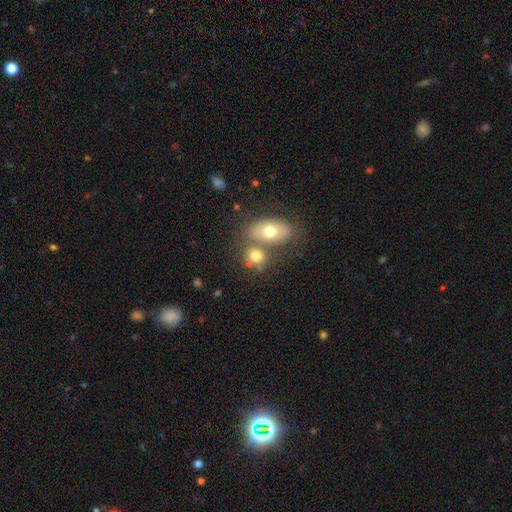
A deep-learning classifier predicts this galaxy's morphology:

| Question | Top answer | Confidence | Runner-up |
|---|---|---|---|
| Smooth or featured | smooth | 74% | featured or disk (16%) |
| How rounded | in between | 52% | round (47%) |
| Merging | none | 47% | merger (38%) |